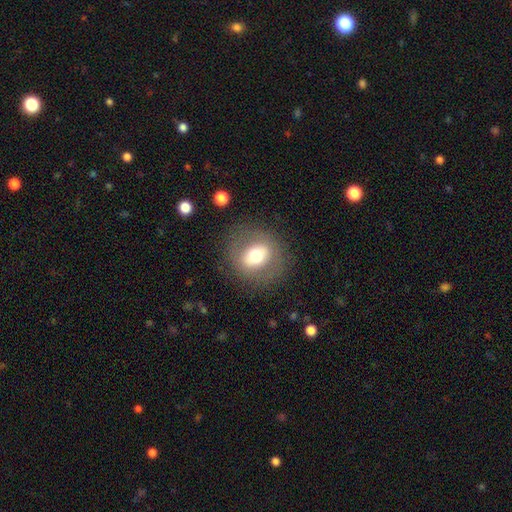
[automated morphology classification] Smooth or featured? smooth (59%)
How rounded? round (67%)
Merging? none (81%)